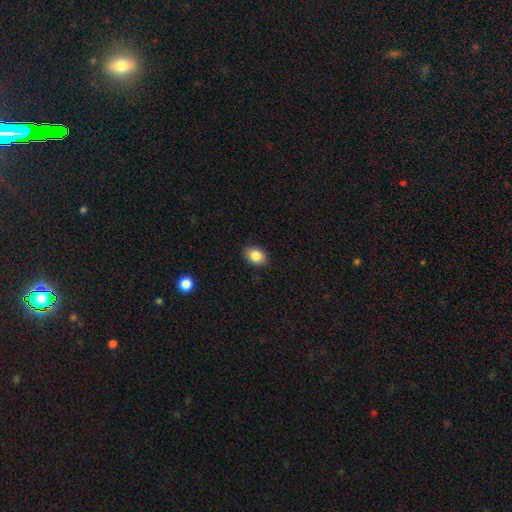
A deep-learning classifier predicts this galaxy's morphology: Smooth or featured? smooth (86%)
How rounded? in between (67%)
Merging? none (88%)